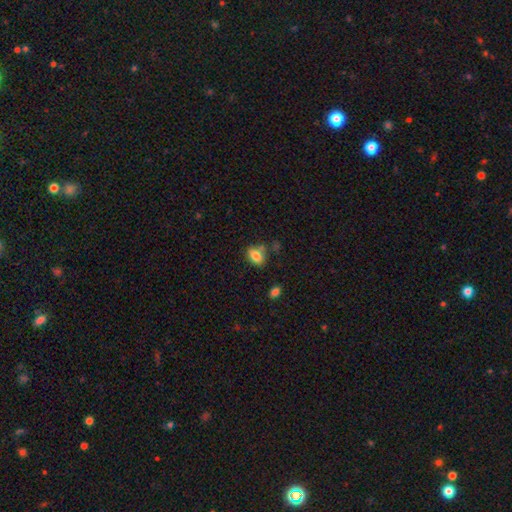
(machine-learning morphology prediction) smooth-or-featured: smooth: 81% | star or artifact: 9% | featured or disk: 9%
  how-rounded: in between: 80% | round: 18% | cigar-shaped: 2%
  merging: none: 62% | minor disturbance: 18% | merger: 14% | major disturbance: 5%